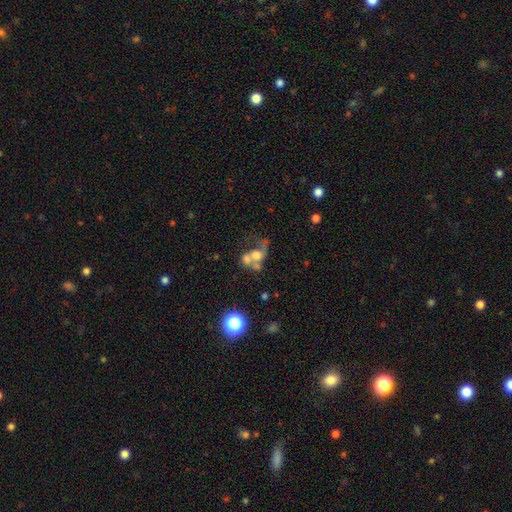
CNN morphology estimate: type=smooth (48%); merging=merger (60%).